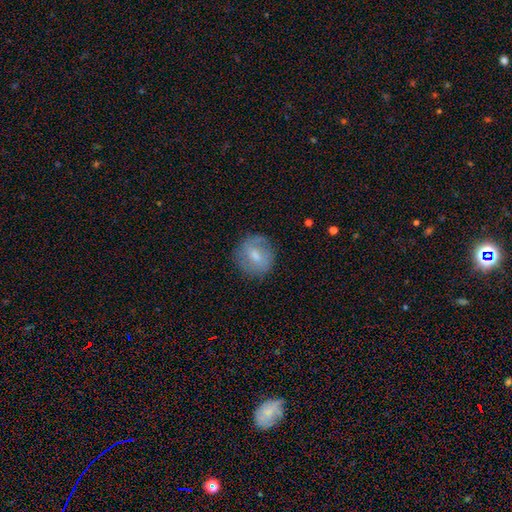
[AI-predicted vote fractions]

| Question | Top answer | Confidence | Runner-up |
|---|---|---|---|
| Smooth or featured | smooth | 60% | featured or disk (32%) |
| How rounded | round | 84% | in between (15%) |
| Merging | none | 77% | minor disturbance (16%) |